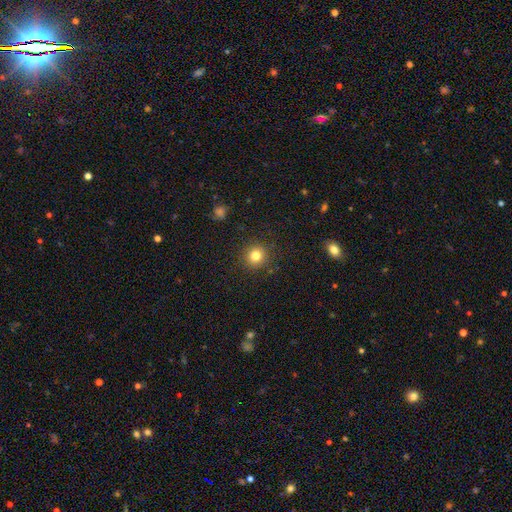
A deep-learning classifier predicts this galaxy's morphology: Smooth or featured: smooth — 81% (star or artifact — 13%)
How rounded: round — 93% (in between — 6%)
Merging: none — 90% (minor disturbance — 6%)